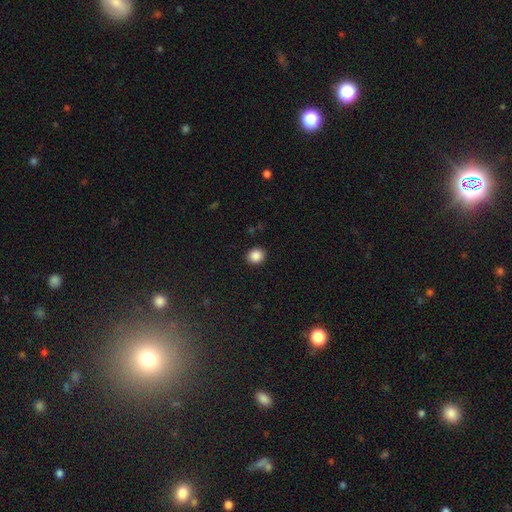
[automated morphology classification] A smooth galaxy with no disk features (88%) that is round (78%).

Vote fractions:
- Smooth or featured? smooth: 88% / star or artifact: 9% / featured or disk: 3%
- How rounded? round: 78% / in between: 21% / cigar-shaped: 1%
- Merging? none: 91% / minor disturbance: 6% / major disturbance: 2% / merger: 1%